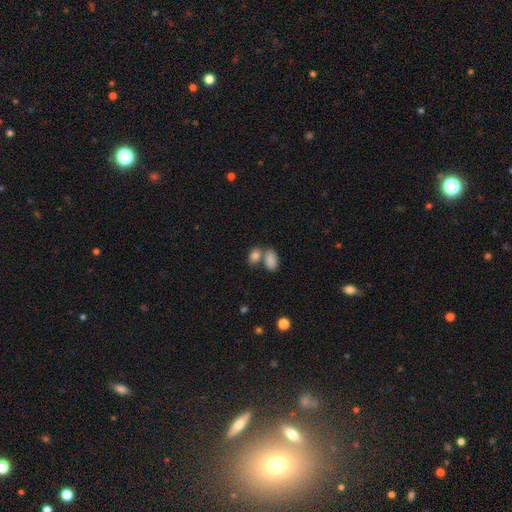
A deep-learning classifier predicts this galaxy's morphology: A smooth galaxy with no disk features (86%) that is in between round and cigar-shaped (89%).

Vote fractions:
- Smooth or featured? smooth: 86% / star or artifact: 8% / featured or disk: 6%
- How rounded? in between: 89% / round: 9% / cigar-shaped: 2%
- Merging? merger: 47% / none: 39% / minor disturbance: 9% / major disturbance: 4%